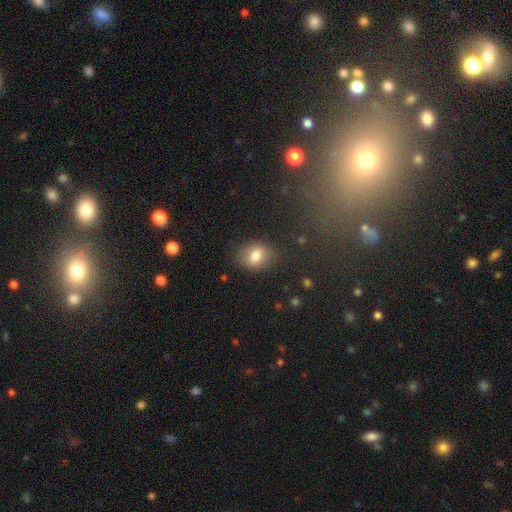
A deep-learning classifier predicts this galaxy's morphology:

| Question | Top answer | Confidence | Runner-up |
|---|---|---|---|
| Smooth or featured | smooth | 77% | featured or disk (13%) |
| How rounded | in between | 60% | round (38%) |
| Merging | none | 82% | minor disturbance (13%) |